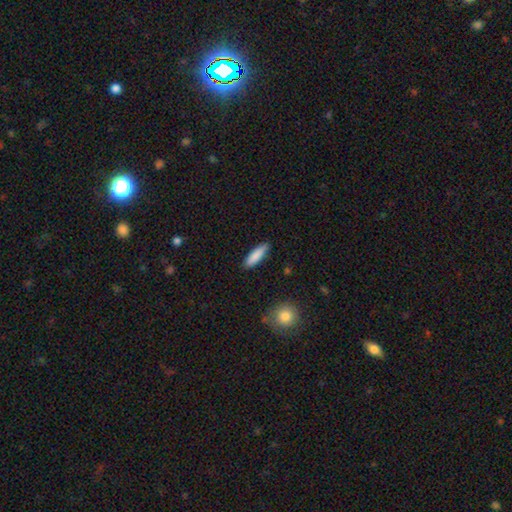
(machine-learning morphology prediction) Overall: smooth (86%). How rounded: cigar-shaped (65%; in between 33%). Merging: none (86%).